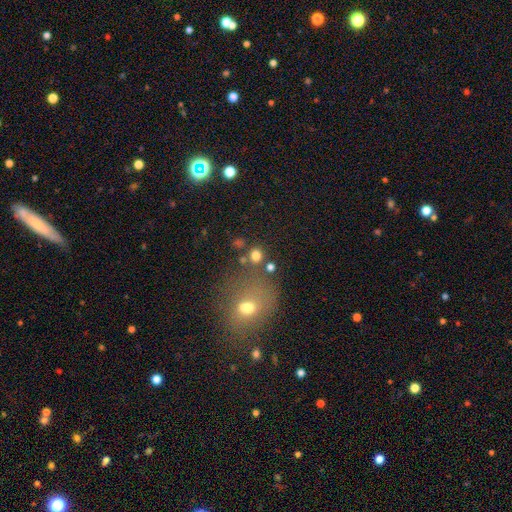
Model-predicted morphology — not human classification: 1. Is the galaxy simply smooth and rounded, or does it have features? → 73% smooth, 18% star or artifact, 9% featured or disk.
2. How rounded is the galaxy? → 82% round, 17% in between, 1% cigar-shaped.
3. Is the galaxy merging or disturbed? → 68% none, 18% merger, 9% minor disturbance, 5% major disturbance.